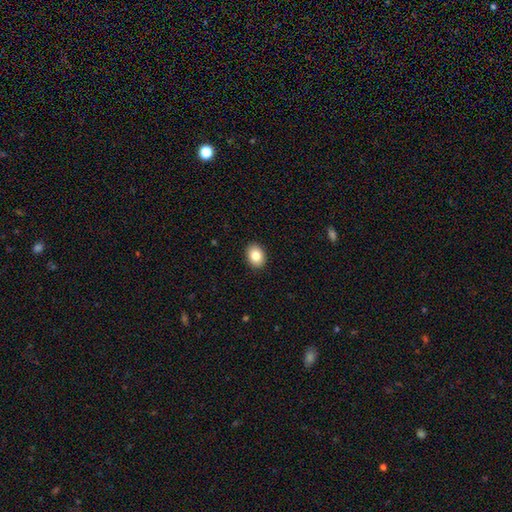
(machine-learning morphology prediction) Q: Smooth or featured?
A: smooth (84%); runner-up: star or artifact (9%)
Q: How rounded?
A: in between (63%); runner-up: round (36%)
Q: Merging?
A: none (91%); runner-up: minor disturbance (6%)